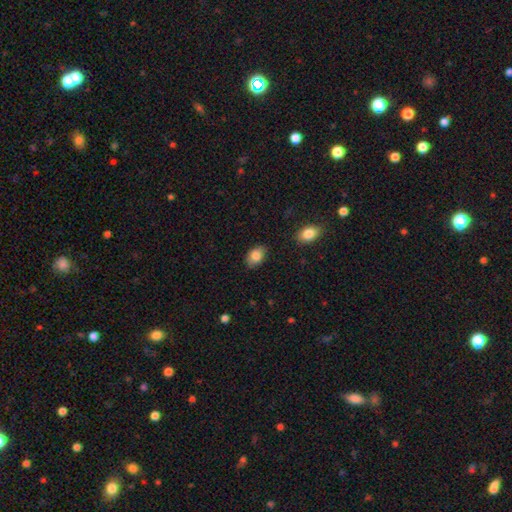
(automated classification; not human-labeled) smooth 85%, featured or disk 8%, star or artifact 7%. Down the decision tree: how rounded — in between (87%); merging — none (82%).